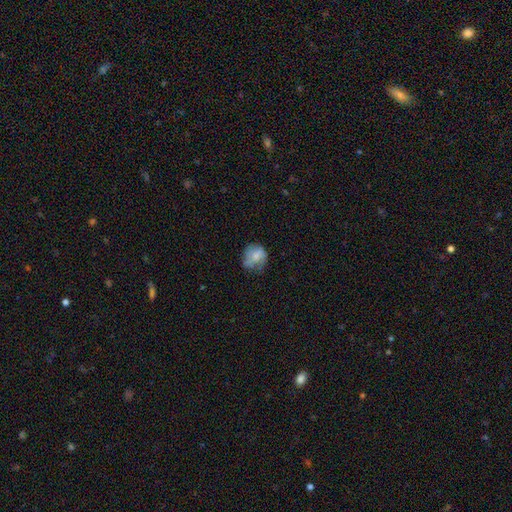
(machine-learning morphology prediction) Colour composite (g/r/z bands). It shows a smooth galaxy with no disk features (63%) that is round (71%). Merging: none (51%).